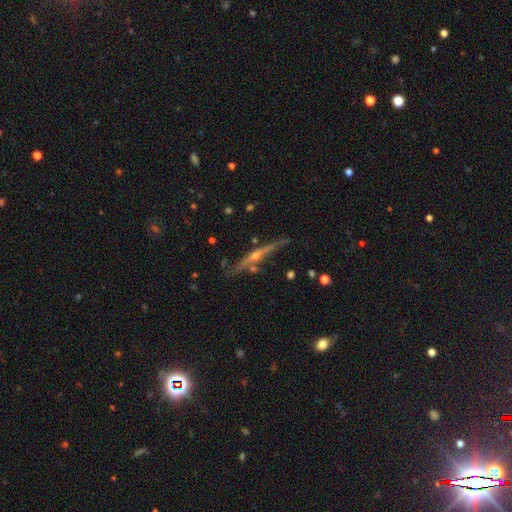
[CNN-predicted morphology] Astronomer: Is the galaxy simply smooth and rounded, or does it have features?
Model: featured or disk — 81%.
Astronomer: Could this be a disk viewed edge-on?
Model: yes — 97%.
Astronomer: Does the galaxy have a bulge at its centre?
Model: rounded — 88%.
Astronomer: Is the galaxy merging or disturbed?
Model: none — 78%.